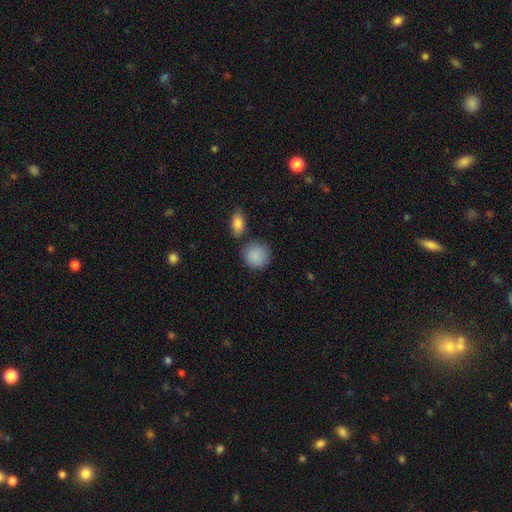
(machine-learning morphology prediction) This is clearly a smooth galaxy (90%). How rounded: clearly round (85%). Merging: likely none (75%).